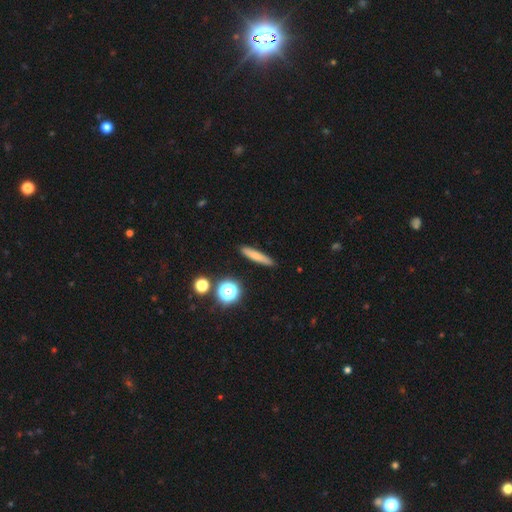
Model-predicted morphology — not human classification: smooth-or-featured: smooth: 72% | featured or disk: 18% | star or artifact: 11%
  how-rounded: cigar-shaped: 85% | in between: 9% | round: 6%
  merging: none: 89% | minor disturbance: 8% | major disturbance: 2% | merger: 2%